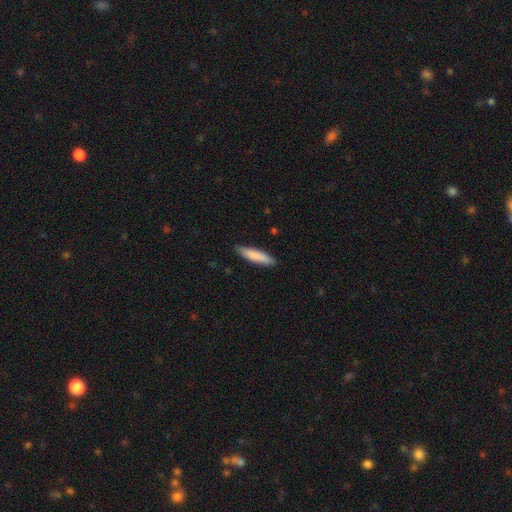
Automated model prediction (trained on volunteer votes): smooth-or-featured: smooth: 85% | featured or disk: 10% | star or artifact: 5%
  how-rounded: cigar-shaped: 80% | in between: 19% | round: 1%
  merging: none: 89% | minor disturbance: 9% | major disturbance: 1% | merger: 1%